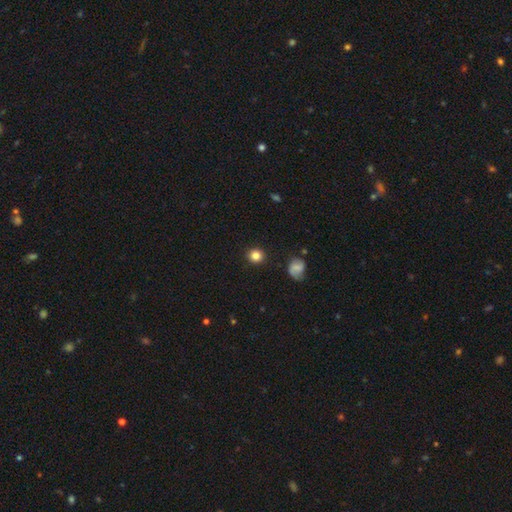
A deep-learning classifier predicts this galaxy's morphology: type=smooth (83%); roundness=round (90%); merging=none (89%).